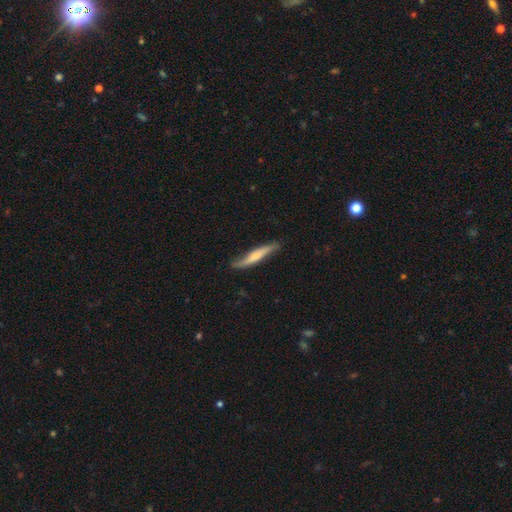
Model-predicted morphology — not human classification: Smooth or featured?
  - featured or disk: 51% *
  - smooth: 44%
  - star or artifact: 5%
Edge-on disk?
  - yes: 72% *
  - no: 28%
Merging?
  - none: 74% *
  - minor disturbance: 21%
  - major disturbance: 4%
  - merger: 2%